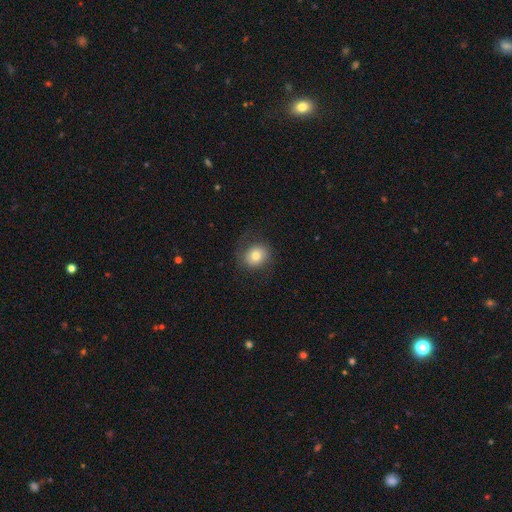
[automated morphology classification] This appears to be a smooth galaxy with no disk features (73%) that is round (75%). Merging: none (74%).